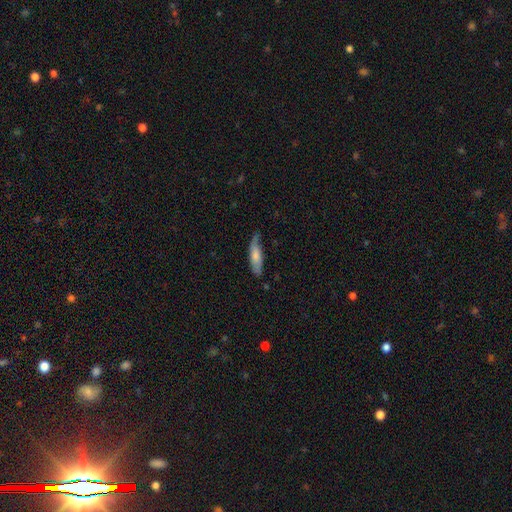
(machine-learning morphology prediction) Smooth or featured?
  - smooth: 66% *
  - featured or disk: 29%
  - star or artifact: 6%
How rounded?
  - cigar-shaped: 56% *
  - in between: 43%
  - round: 2%
Merging?
  - none: 59% *
  - minor disturbance: 31%
  - major disturbance: 8%
  - merger: 2%